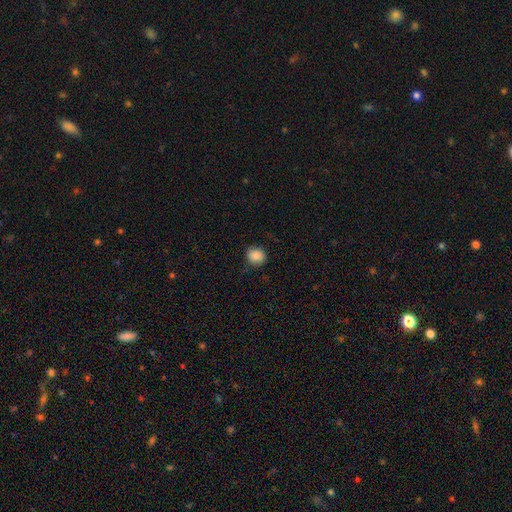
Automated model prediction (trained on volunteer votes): This appears to be a smooth galaxy with no disk features (85%) that is round (79%). Merging: none (83%).